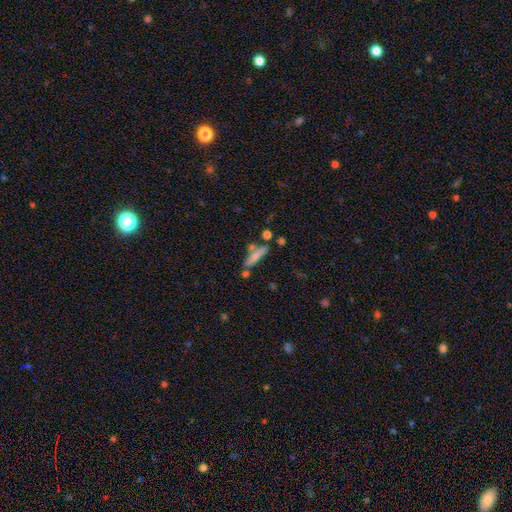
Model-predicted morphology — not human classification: Overall: smooth (66%). How rounded: cigar-shaped (77%). Merging: none (57%; merger 19%).